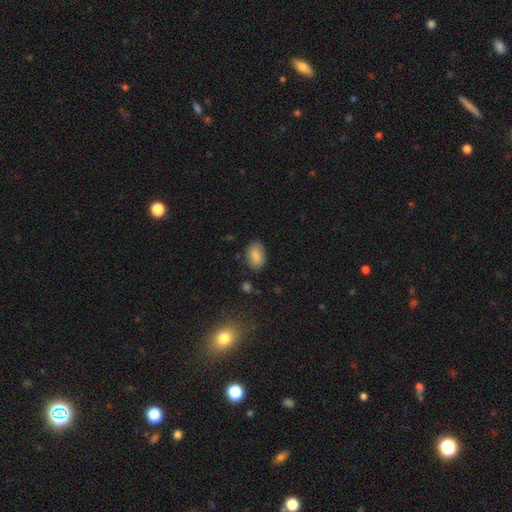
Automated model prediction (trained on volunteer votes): Overall: smooth (82%). How rounded: in between (86%). Merging: none (80%).